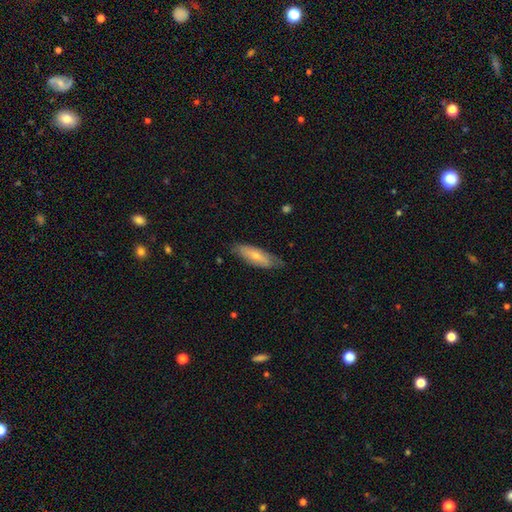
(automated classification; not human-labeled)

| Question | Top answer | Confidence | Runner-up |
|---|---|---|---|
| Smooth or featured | smooth | 62% | featured or disk (32%) |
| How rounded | in between | 53% | cigar-shaped (46%) |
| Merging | none | 73% | minor disturbance (22%) |